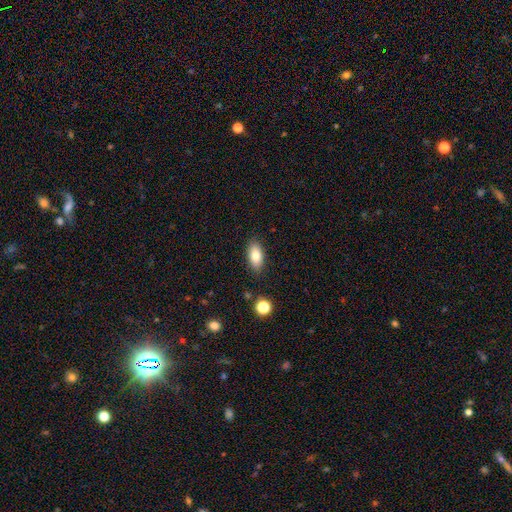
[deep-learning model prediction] Smooth or featured?
  - smooth: 81% *
  - featured or disk: 11%
  - star or artifact: 8%
How rounded?
  - in between: 90% *
  - cigar-shaped: 6%
  - round: 5%
Merging?
  - none: 86% *
  - minor disturbance: 10%
  - major disturbance: 2%
  - merger: 2%